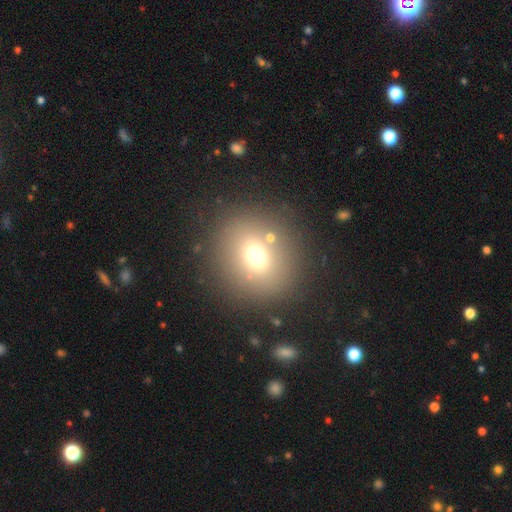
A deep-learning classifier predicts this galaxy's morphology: smooth_or_featured: smooth (p=0.68) [alt: star or artifact p=0.19]
how_rounded: round (p=0.80) [alt: in between p=0.19]
merging: none (p=0.82) [alt: minor disturbance p=0.08]